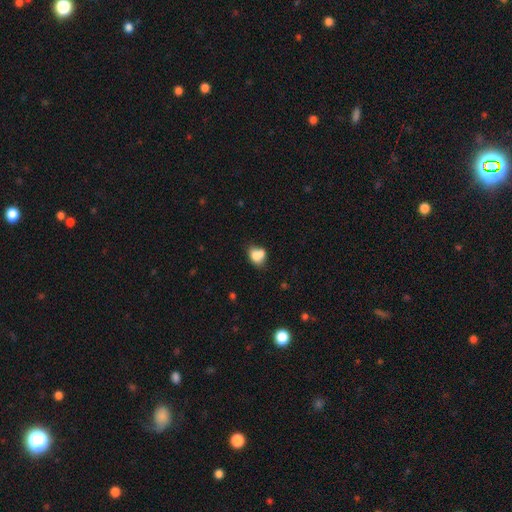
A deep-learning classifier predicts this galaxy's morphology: This is likely a smooth galaxy (73%). How rounded: possibly in between (60%). Merging: possibly merger (50%).